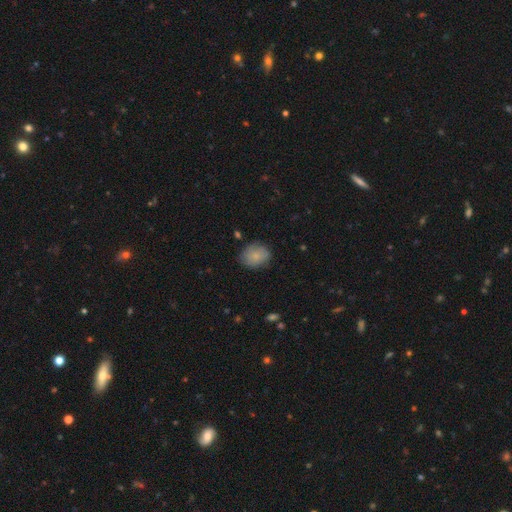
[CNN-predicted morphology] smooth_or_featured: smooth (p=0.79) [alt: featured or disk p=0.14]
how_rounded: round (p=0.50) [alt: in between p=0.49]
merging: none (p=0.76) [alt: minor disturbance p=0.18]